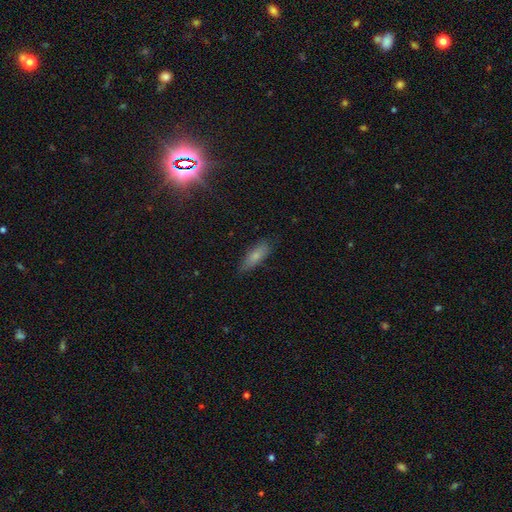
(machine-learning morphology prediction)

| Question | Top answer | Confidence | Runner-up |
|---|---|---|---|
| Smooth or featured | smooth | 75% | featured or disk (17%) |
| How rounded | in between | 53% | cigar-shaped (44%) |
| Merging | none | 79% | minor disturbance (17%) |